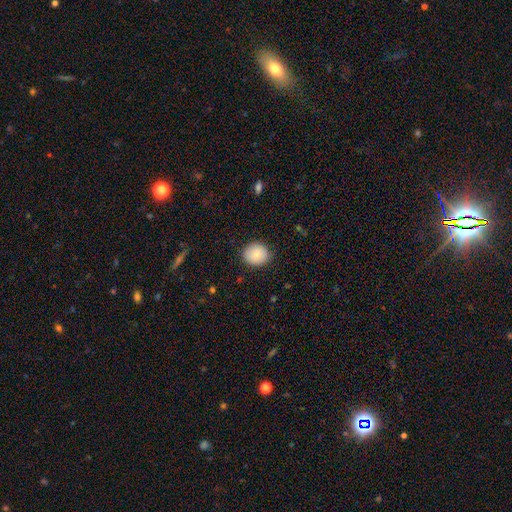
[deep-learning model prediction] smooth_or_featured: smooth (p=0.85) [alt: featured or disk p=0.08]
how_rounded: round (p=0.76) [alt: in between p=0.23]
merging: none (p=0.86) [alt: minor disturbance p=0.10]